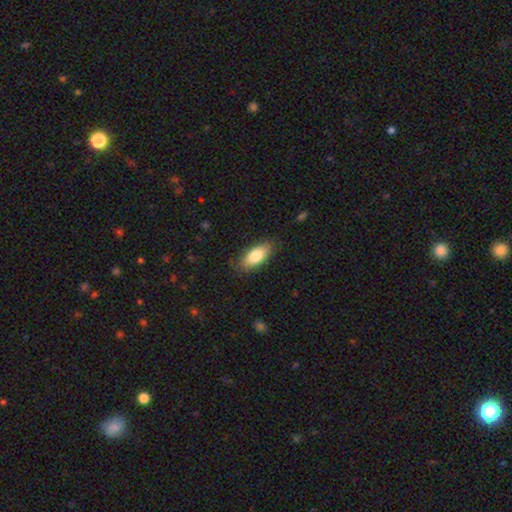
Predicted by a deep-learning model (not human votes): Morphology: type=smooth (80%); roundness=in between (85%); merging=none (83%).